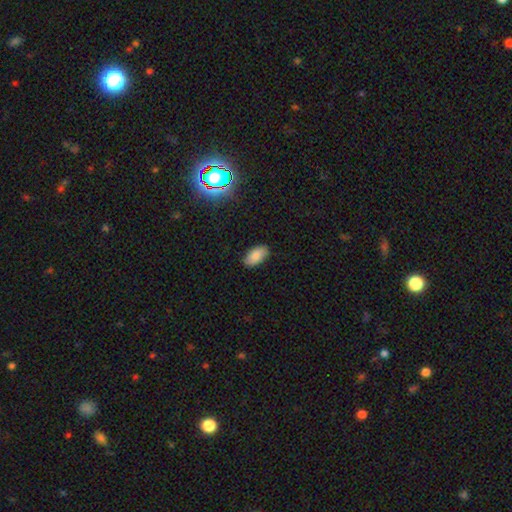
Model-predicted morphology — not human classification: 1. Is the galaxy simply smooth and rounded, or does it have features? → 85% smooth, 8% star or artifact, 6% featured or disk.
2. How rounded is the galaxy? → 94% in between, 3% cigar-shaped, 3% round.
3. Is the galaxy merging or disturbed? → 88% none, 9% minor disturbance, 2% major disturbance, 1% merger.